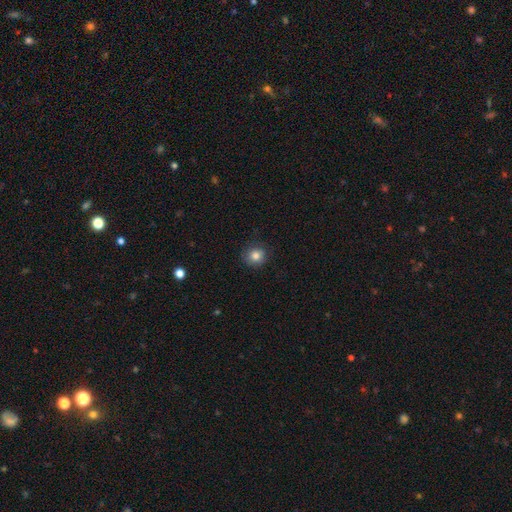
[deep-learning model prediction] Smooth or featured? Predicted: smooth (p=0.83). How rounded? Predicted: round (p=0.87). Merging? Predicted: none (p=0.83).